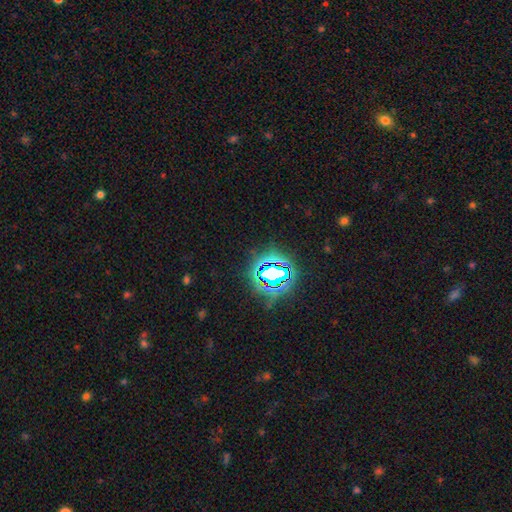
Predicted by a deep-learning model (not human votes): smooth_or_featured: star or artifact (p=0.81) [alt: smooth p=0.12]